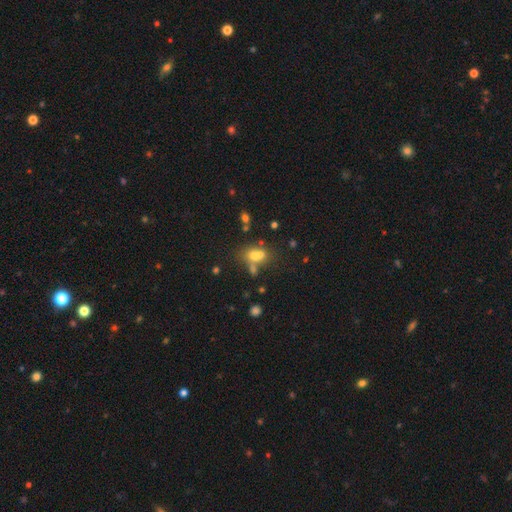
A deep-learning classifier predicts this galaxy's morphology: A smooth galaxy with no disk features (68%) that is in between round and cigar-shaped (68%).

Vote fractions:
- Smooth or featured? smooth: 68% / featured or disk: 16% / star or artifact: 16%
- How rounded? in between: 68% / round: 29% / cigar-shaped: 3%
- Merging? none: 42% / merger: 36% / minor disturbance: 15% / major disturbance: 8%